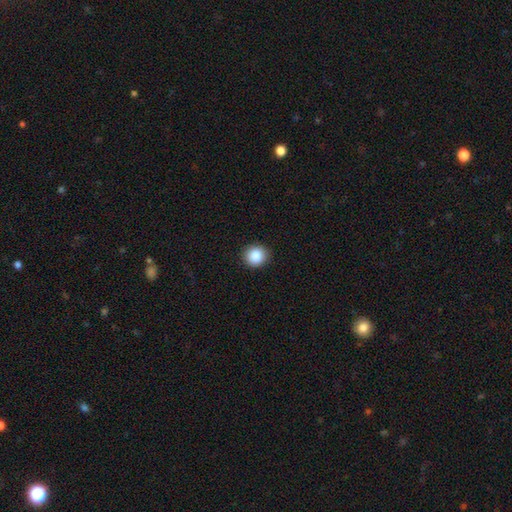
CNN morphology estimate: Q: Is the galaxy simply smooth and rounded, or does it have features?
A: smooth — 86%.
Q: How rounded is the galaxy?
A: round — 90%.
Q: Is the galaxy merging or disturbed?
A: none — 92%.